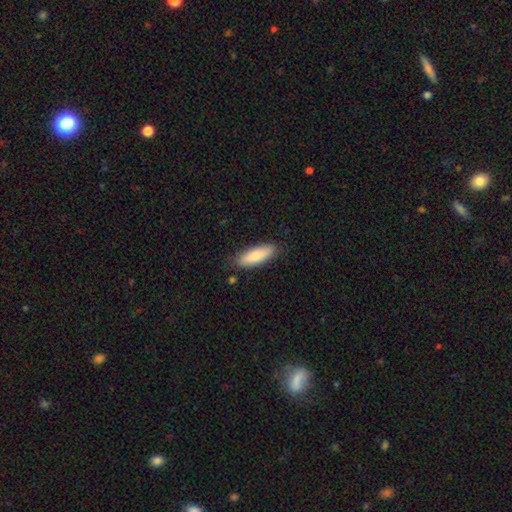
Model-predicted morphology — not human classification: smooth_or_featured: smooth (p=0.81) [alt: featured or disk p=0.13]
how_rounded: in between (p=0.60) [alt: cigar-shaped p=0.38]
merging: none (p=0.83) [alt: minor disturbance p=0.13]